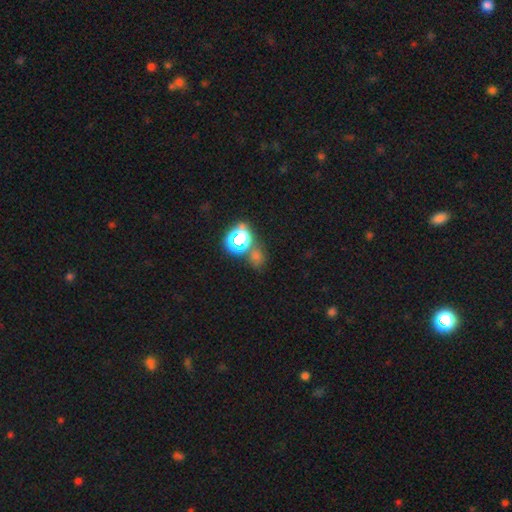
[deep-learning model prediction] The model was most divided on "smooth or featured": star or artifact: 47%, smooth: 45%, featured or disk: 8%.